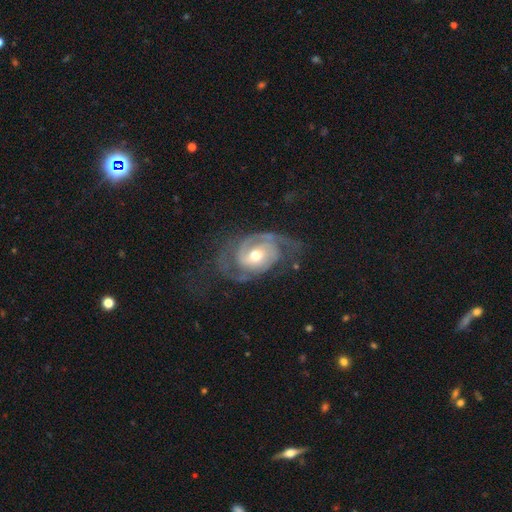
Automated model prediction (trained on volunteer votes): Smooth or featured: featured or disk — 87% (smooth — 8%)
Edge-on disk: no — 97% (yes — 3%)
Bar: no — 55% (weak — 34%)
Spiral arms: yes — 95% (no — 5%)
Spiral winding: tight — 47% (medium — 40%)
Spiral arm count: 2 — 70% (can't tell — 11%)
Bulge size: moderate — 71% (small — 20%)
Merging: none — 61% (minor disturbance — 20%)